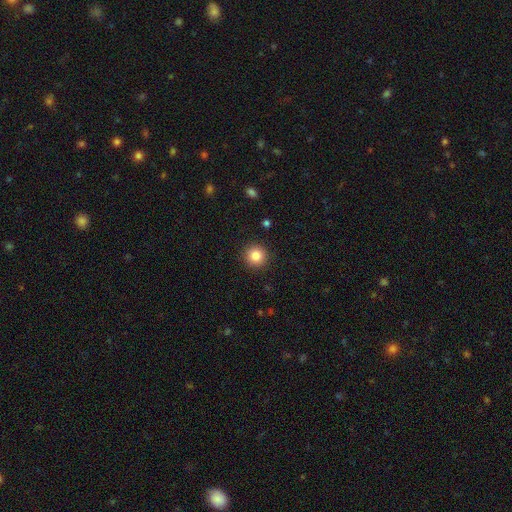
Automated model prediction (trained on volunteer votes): Morphology: type=smooth (85%); roundness=round (95%); merging=none (92%).